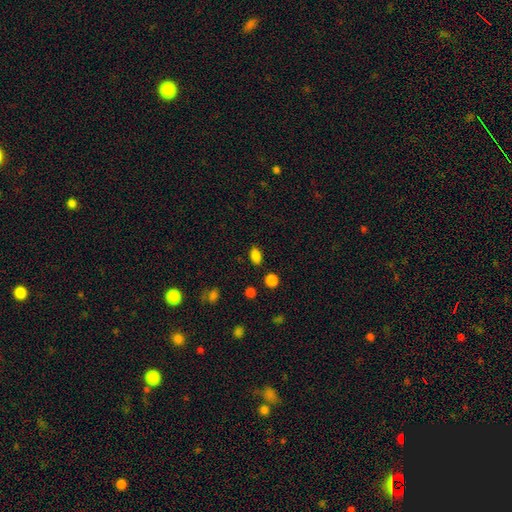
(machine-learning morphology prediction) Overall: smooth (85%). How rounded: in between (85%). Merging: none (83%).